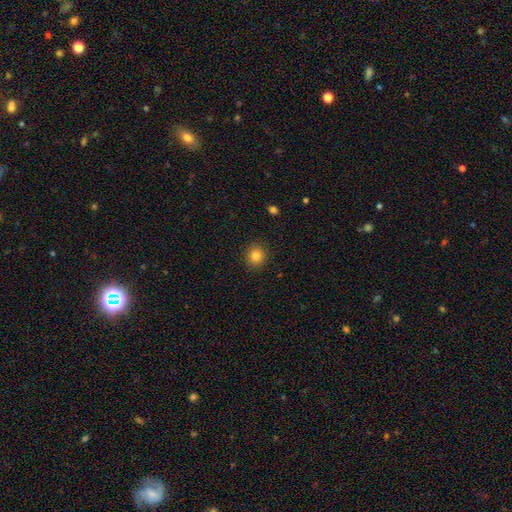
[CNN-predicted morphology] A smooth galaxy with no disk features (84%) that is round (88%).

Vote fractions:
- Smooth or featured? smooth: 84% / star or artifact: 11% / featured or disk: 5%
- How rounded? round: 88% / in between: 12% / cigar-shaped: 1%
- Merging? none: 90% / minor disturbance: 6% / major disturbance: 2% / merger: 1%